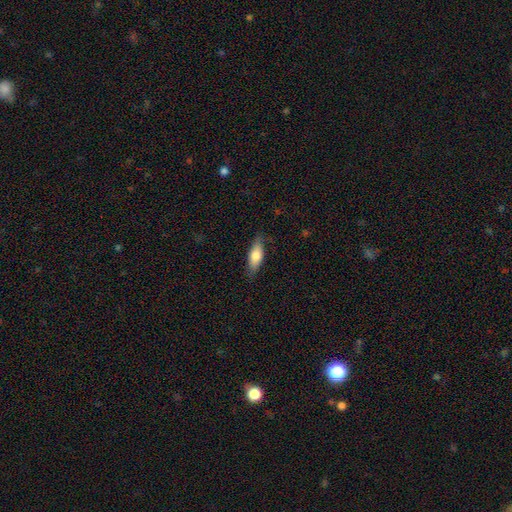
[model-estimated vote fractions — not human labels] smooth-or-featured: smooth: 70% | featured or disk: 24% | star or artifact: 6%
  how-rounded: in between: 63% | cigar-shaped: 35% | round: 2%
  merging: none: 82% | minor disturbance: 14% | major disturbance: 3% | merger: 1%